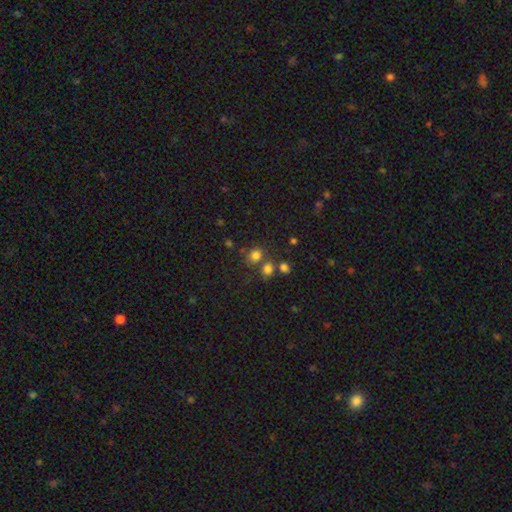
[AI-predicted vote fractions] smooth-or-featured: smooth: 76% | star or artifact: 17% | featured or disk: 6%
  how-rounded: round: 81% | in between: 18% | cigar-shaped: 1%
  merging: none: 66% | merger: 20% | minor disturbance: 9% | major disturbance: 4%